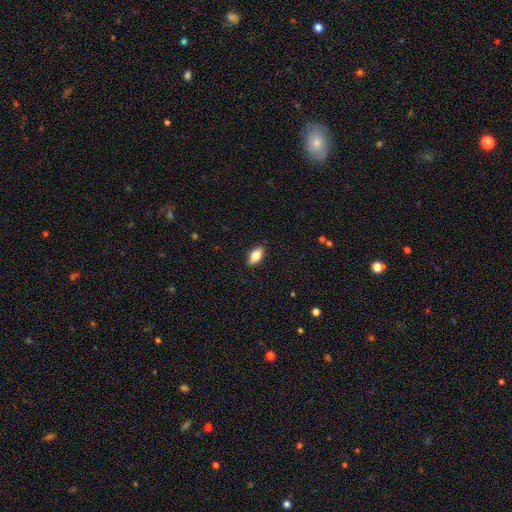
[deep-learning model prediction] smooth_or_featured: smooth (p=0.77) [alt: featured or disk p=0.16]
how_rounded: in between (p=0.89) [alt: cigar-shaped p=0.07]
merging: none (p=0.88) [alt: minor disturbance p=0.09]